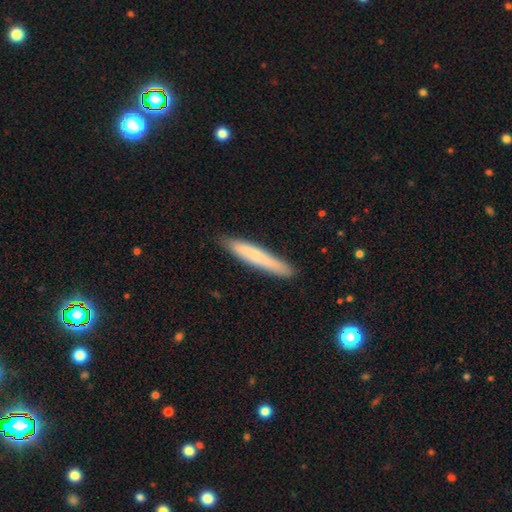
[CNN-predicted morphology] The model was most divided on "smooth or featured": smooth: 69%, featured or disk: 25%, star or artifact: 6%. More confident: how rounded — cigar-shaped (94%); merging — none (87%).